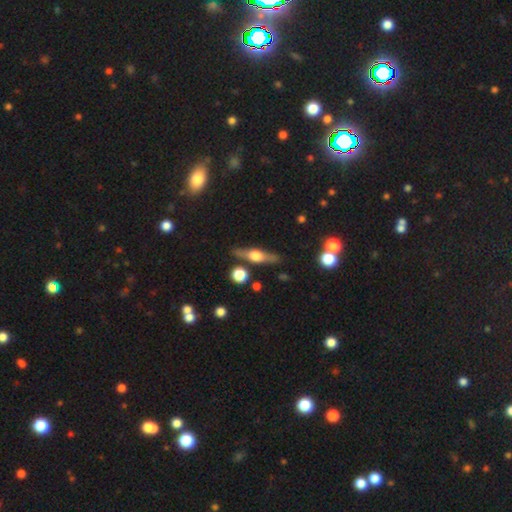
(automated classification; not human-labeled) A featured or disk galaxy (68%) viewed edge-on (94%) with a rounded central bulge (93%).

Vote fractions:
- Smooth or featured? featured or disk: 68% / smooth: 25% / star or artifact: 7%
- Edge-on disk? yes: 94% / no: 6%
- Edge-on bulge? rounded: 93% / boxy: 5% / none: 2%
- Merging? none: 83% / minor disturbance: 10% / merger: 4% / major disturbance: 3%